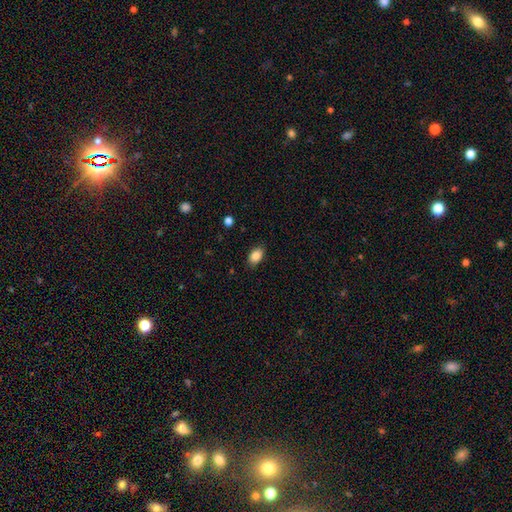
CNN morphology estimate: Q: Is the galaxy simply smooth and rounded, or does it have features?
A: smooth — 86%.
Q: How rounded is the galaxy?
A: in between — 86%.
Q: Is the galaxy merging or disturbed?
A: none — 86%.